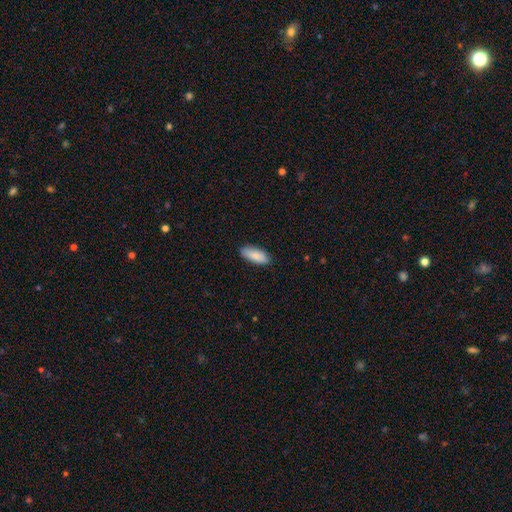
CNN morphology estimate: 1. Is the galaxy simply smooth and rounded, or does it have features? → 88% smooth, 6% featured or disk, 6% star or artifact.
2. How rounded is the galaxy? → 77% in between, 21% cigar-shaped, 2% round.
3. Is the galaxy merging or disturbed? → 88% none, 10% minor disturbance, 2% major disturbance, 1% merger.